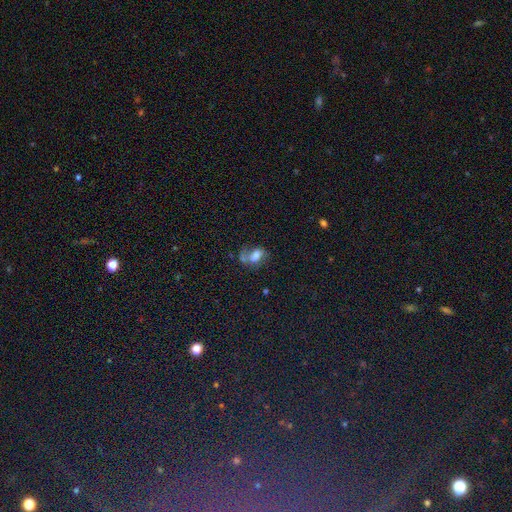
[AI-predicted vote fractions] This appears to be a smooth galaxy with no disk features (54%) that is in between round and cigar-shaped (76%). Merging: none (31%).